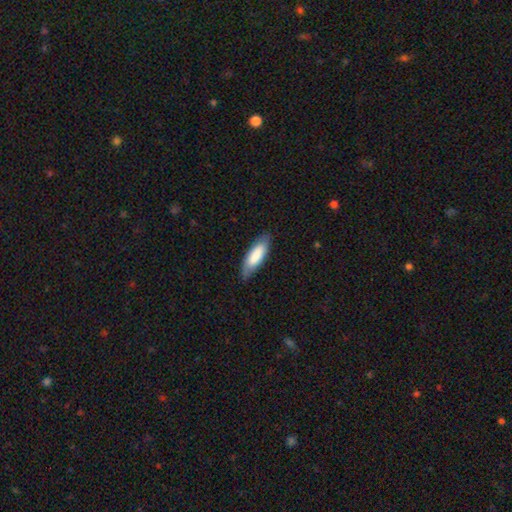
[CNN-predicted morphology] smooth_or_featured: smooth (p=0.80) [alt: featured or disk p=0.15]
how_rounded: in between (p=0.60) [alt: cigar-shaped p=0.38]
merging: none (p=0.82) [alt: minor disturbance p=0.15]